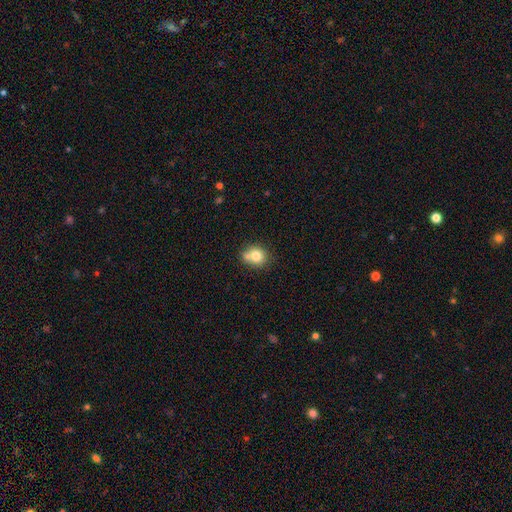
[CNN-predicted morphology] This appears to be a smooth galaxy with no disk features (76%) that is round (73%). Merging: none (54%).